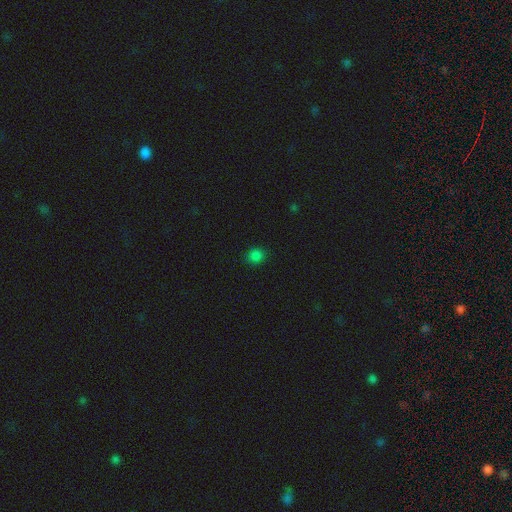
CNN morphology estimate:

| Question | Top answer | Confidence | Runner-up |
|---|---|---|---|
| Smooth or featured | smooth | 81% | star or artifact (16%) |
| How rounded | round | 82% | in between (16%) |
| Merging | none | 88% | minor disturbance (9%) |